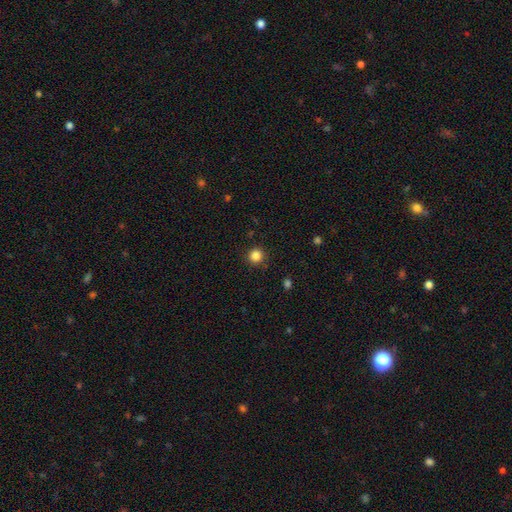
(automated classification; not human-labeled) Smooth or featured?
  - smooth: 85% *
  - star or artifact: 12%
  - featured or disk: 4%
How rounded?
  - round: 94% *
  - in between: 5%
  - cigar-shaped: 1%
Merging?
  - none: 90% *
  - minor disturbance: 6%
  - major disturbance: 2%
  - merger: 1%